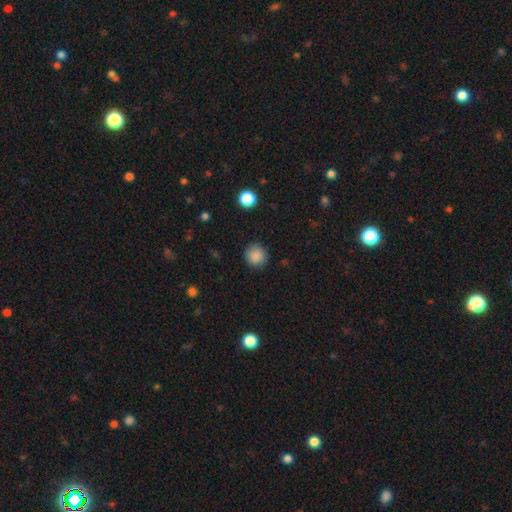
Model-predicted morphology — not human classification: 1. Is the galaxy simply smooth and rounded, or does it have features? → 87% smooth, 10% star or artifact, 3% featured or disk.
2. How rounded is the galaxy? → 92% round, 7% in between, 1% cigar-shaped.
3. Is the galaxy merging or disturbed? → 88% none, 8% minor disturbance, 3% major disturbance, 1% merger.